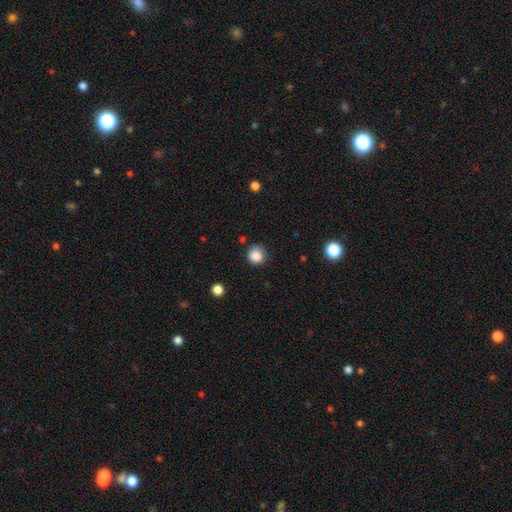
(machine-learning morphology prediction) A smooth galaxy with no disk features (86%) that is round (92%). Merging: none (84%).